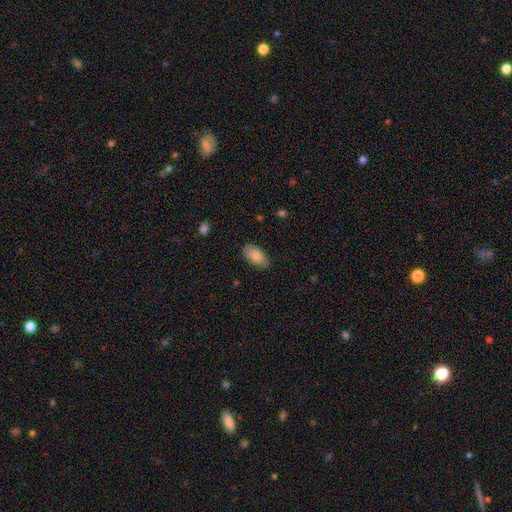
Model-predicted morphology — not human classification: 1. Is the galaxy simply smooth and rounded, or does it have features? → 83% smooth, 10% featured or disk, 6% star or artifact.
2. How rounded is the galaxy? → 94% in between, 3% round, 3% cigar-shaped.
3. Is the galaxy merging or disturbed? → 81% none, 15% minor disturbance, 3% major disturbance, 1% merger.